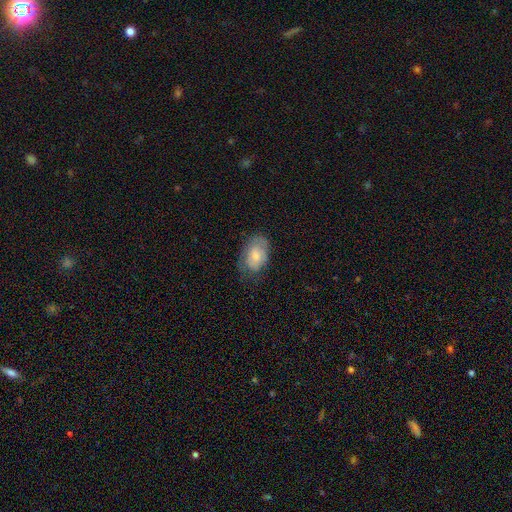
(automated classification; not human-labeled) Overall: smooth (63%; featured or disk 30%). How rounded: in between (87%). Merging: none (59%; minor disturbance 29%).